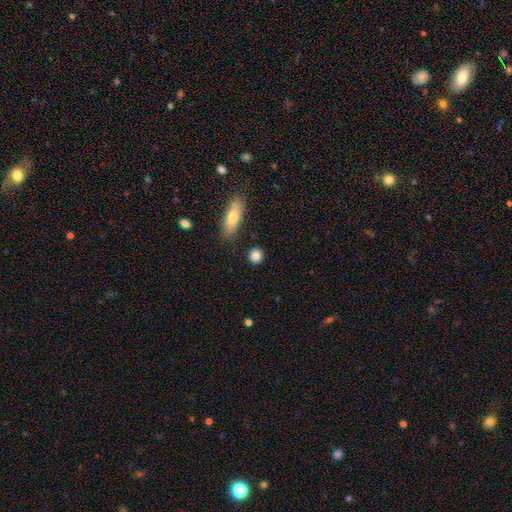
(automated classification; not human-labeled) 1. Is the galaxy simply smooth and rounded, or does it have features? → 85% smooth, 9% star or artifact, 6% featured or disk.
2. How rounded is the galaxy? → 84% round, 13% in between, 3% cigar-shaped.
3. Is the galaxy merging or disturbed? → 88% none, 7% minor disturbance, 3% merger, 2% major disturbance.